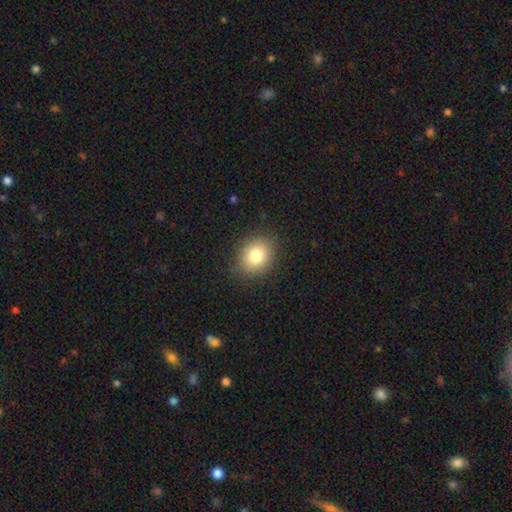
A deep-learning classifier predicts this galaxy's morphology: Overall: smooth (81%). How rounded: round (62%; in between 37%). Merging: none (87%).